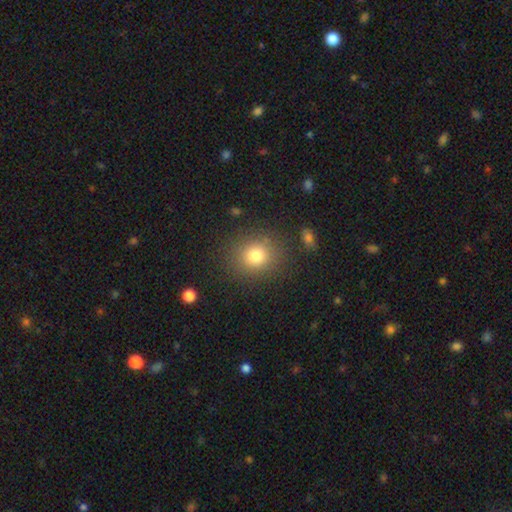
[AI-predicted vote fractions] Smooth or featured? smooth (79%)
How rounded? round (80%)
Merging? none (85%)